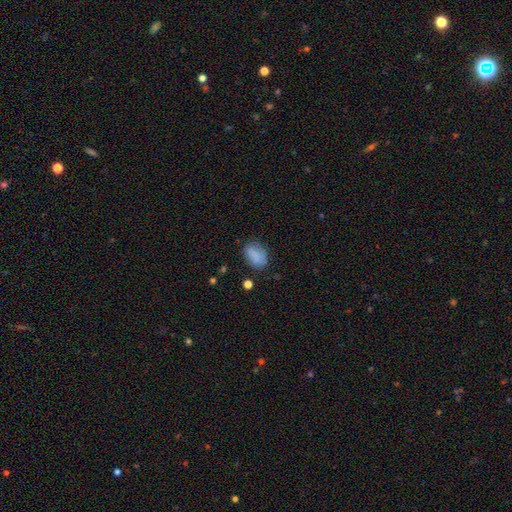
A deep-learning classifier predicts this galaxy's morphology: smooth-or-featured: smooth: 82% | star or artifact: 9% | featured or disk: 9%
  how-rounded: in between: 83% | round: 15% | cigar-shaped: 2%
  merging: none: 69% | minor disturbance: 21% | major disturbance: 7% | merger: 3%